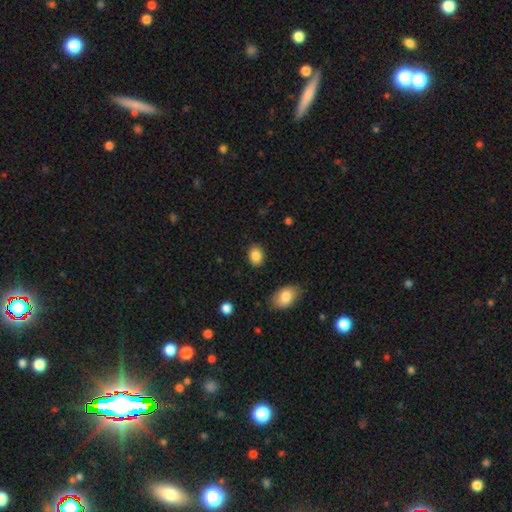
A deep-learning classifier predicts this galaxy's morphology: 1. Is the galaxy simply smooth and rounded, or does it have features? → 87% smooth, 8% star or artifact, 5% featured or disk.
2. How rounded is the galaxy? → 72% in between, 27% round, 1% cigar-shaped.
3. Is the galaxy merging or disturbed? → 86% none, 10% minor disturbance, 2% major disturbance, 2% merger.